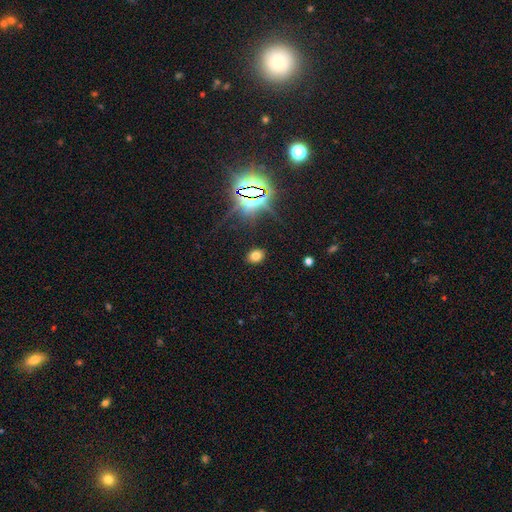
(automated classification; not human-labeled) The model was most divided on "how rounded": in between: 63%, round: 36%, cigar-shaped: 1%. More confident: merging — none (87%); smooth or featured — smooth (69%).